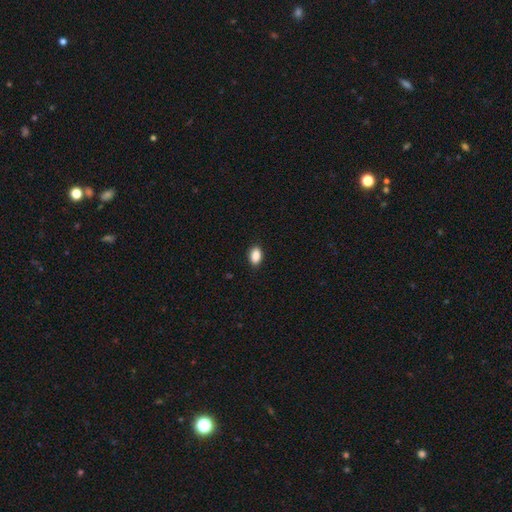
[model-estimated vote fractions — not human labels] Smooth or featured? smooth (90%)
How rounded? in between (90%)
Merging? none (89%)